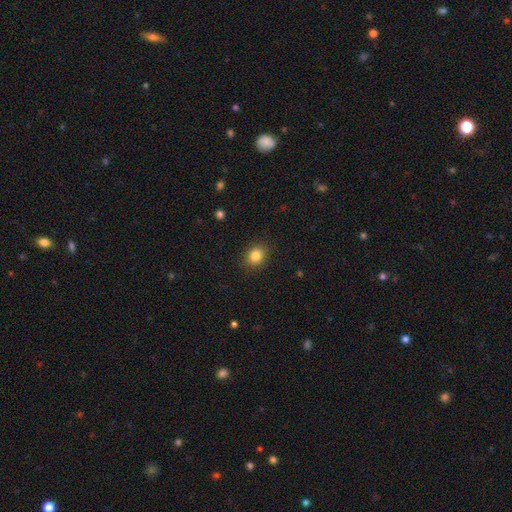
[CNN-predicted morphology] type=smooth (84%); roundness=round (63%); merging=none (89%).